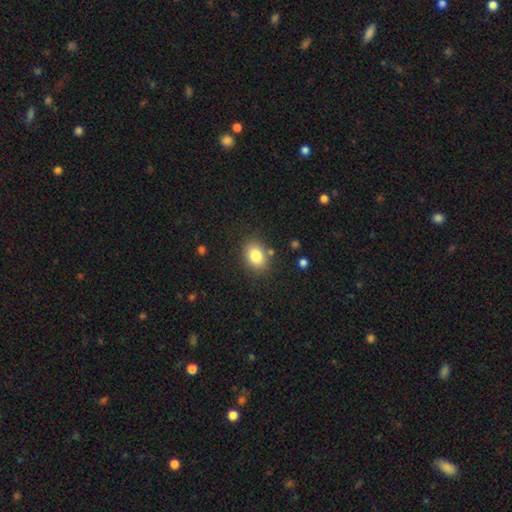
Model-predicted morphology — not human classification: Smooth or featured?
  - smooth: 83% *
  - star or artifact: 9%
  - featured or disk: 8%
How rounded?
  - in between: 62% *
  - round: 37%
  - cigar-shaped: 1%
Merging?
  - none: 82% *
  - minor disturbance: 11%
  - merger: 3%
  - major disturbance: 3%